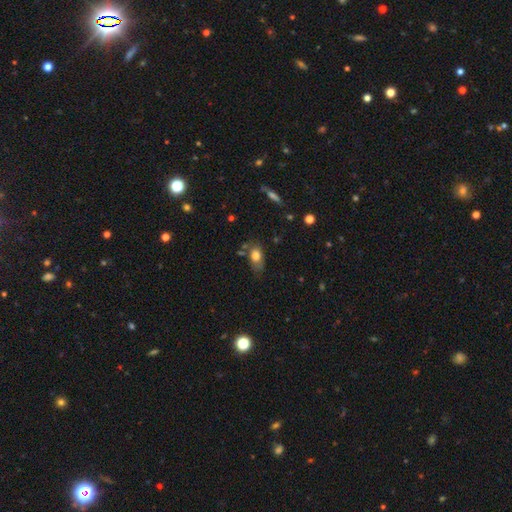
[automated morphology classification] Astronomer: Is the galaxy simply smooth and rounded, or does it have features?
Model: smooth — 74%.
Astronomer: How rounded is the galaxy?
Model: in between — 84%.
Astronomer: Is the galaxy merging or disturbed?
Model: none — 60%.